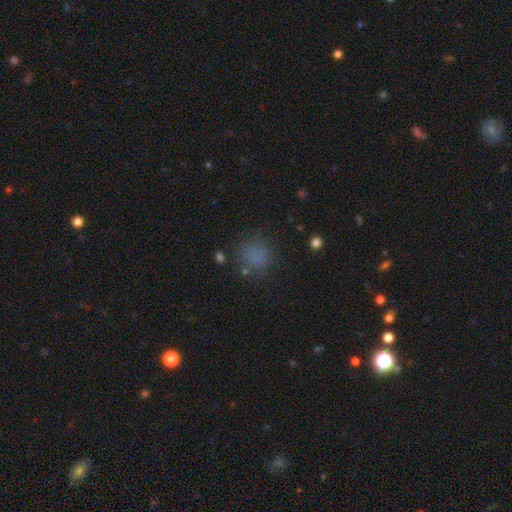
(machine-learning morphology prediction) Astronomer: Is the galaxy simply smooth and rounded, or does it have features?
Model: smooth — 73%.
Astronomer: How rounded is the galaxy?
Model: round — 84%.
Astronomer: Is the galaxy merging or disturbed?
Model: none — 77%.